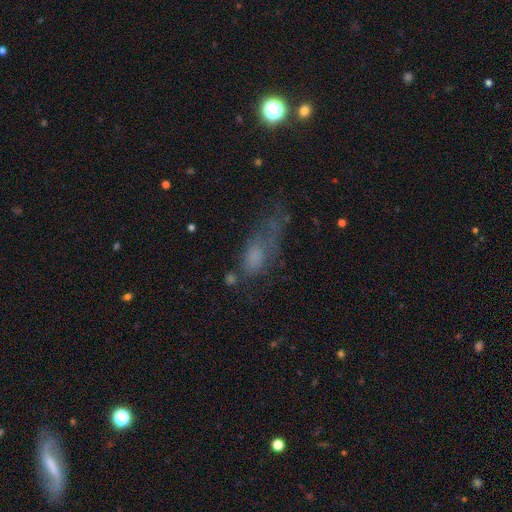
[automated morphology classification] smooth 53%, featured or disk 26%, star or artifact 20%. Down the decision tree: how rounded — in between (65%); merging — major disturbance (39%).